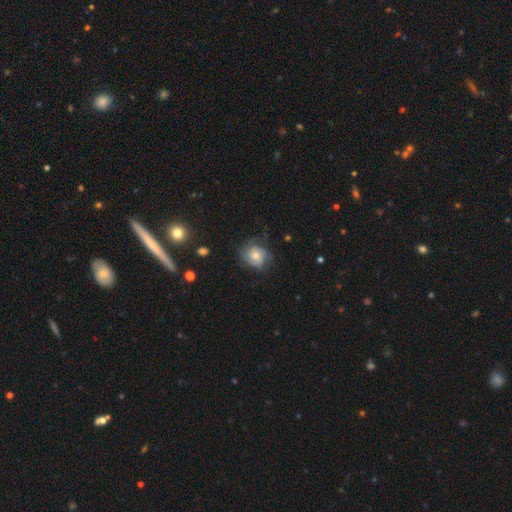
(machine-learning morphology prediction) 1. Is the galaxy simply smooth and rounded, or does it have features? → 47% featured or disk, 44% smooth, 9% star or artifact.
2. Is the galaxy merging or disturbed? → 62% none, 24% minor disturbance, 12% major disturbance, 1% merger.